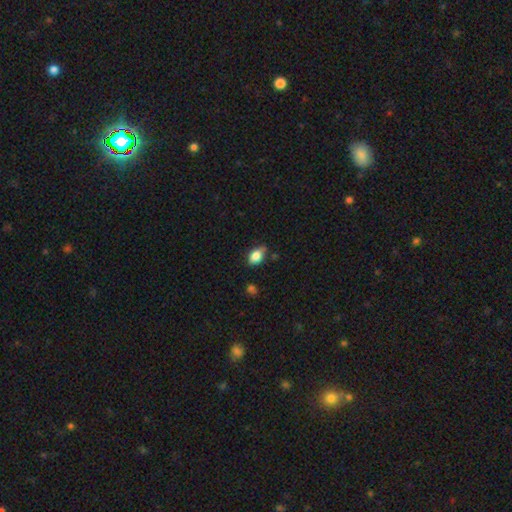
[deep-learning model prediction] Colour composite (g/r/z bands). It shows a smooth galaxy with no disk features (79%) that is in between round and cigar-shaped (83%). Merging: none (63%).